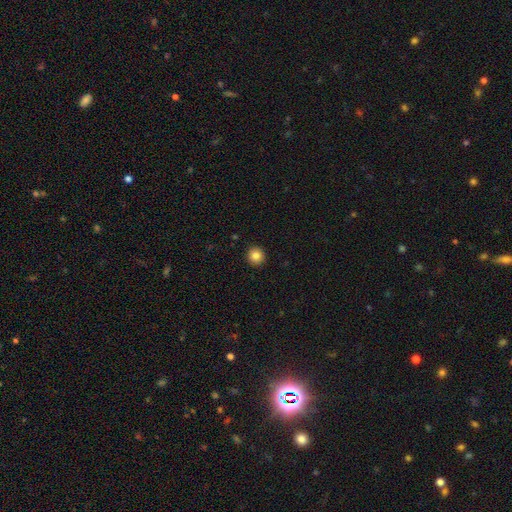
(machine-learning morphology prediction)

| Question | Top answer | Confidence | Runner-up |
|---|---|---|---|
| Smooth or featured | smooth | 84% | star or artifact (10%) |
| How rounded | round | 94% | in between (5%) |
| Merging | none | 93% | minor disturbance (5%) |